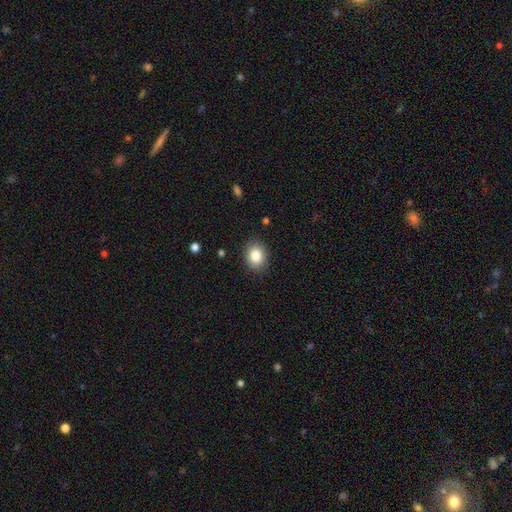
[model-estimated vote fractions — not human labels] A smooth galaxy with no disk features (84%) that is in between round and cigar-shaped (56%). Merging: none (87%).